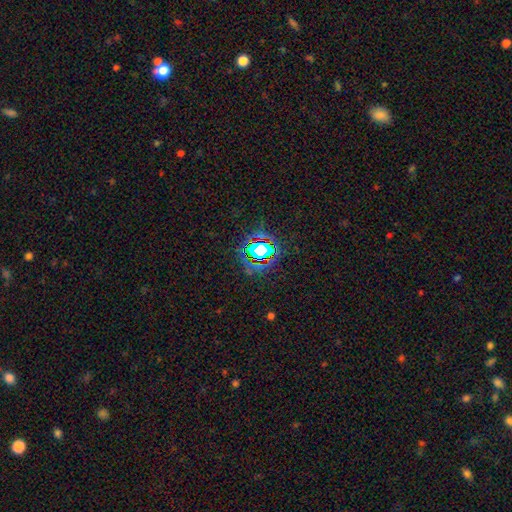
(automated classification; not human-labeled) This appears to be a star or artifact, not a galaxy (71%).